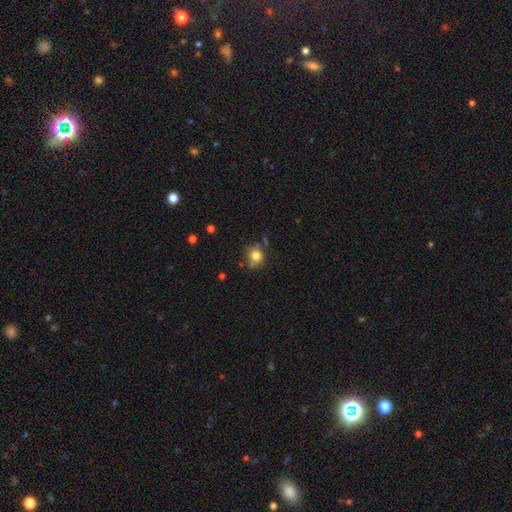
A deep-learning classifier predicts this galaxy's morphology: This appears to be a smooth galaxy with no disk features (79%) that is round (82%). Merging: none (65%).